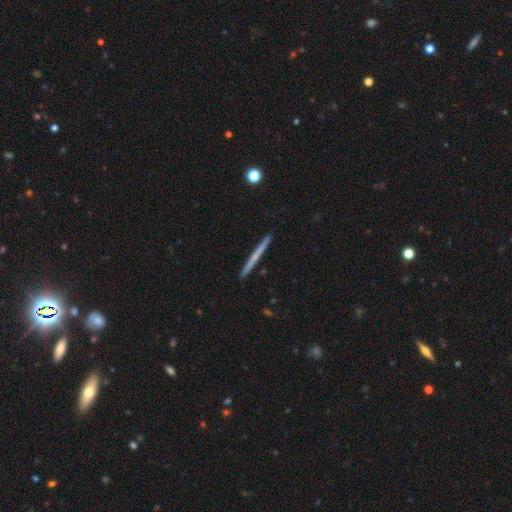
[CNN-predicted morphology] Q: Smooth or featured?
A: featured or disk (48%); runner-up: smooth (46%)
Q: Merging?
A: none (93%); runner-up: minor disturbance (5%)